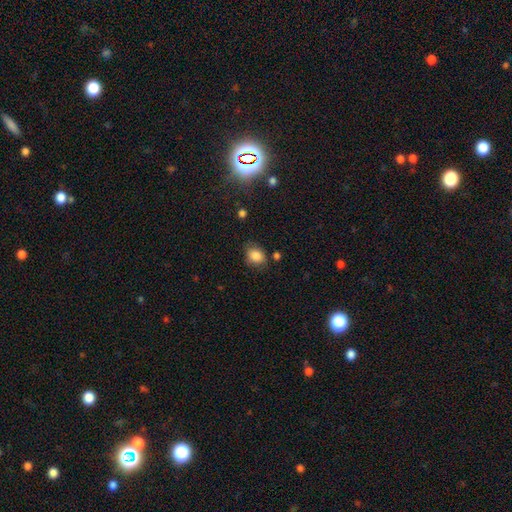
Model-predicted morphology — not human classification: Smooth or featured? Predicted: smooth (p=0.84). How rounded? Predicted: in between (p=0.55). Merging? Predicted: none (p=0.69).